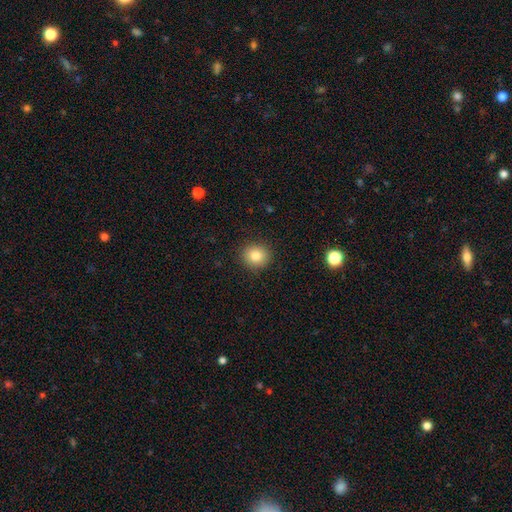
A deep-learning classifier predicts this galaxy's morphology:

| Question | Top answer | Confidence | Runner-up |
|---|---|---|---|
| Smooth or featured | smooth | 83% | star or artifact (10%) |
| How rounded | round | 86% | in between (13%) |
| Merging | none | 90% | minor disturbance (6%) |